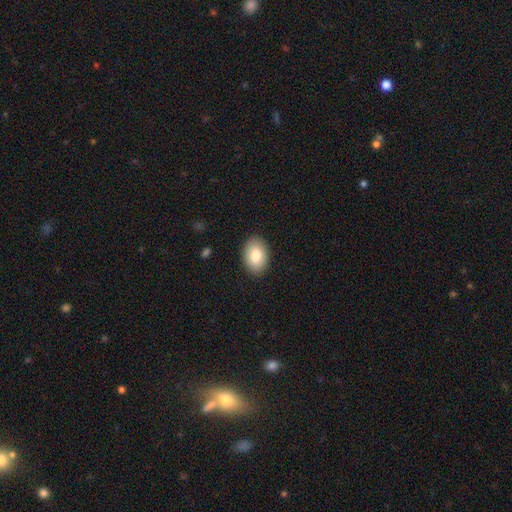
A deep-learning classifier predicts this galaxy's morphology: Smooth or featured?
  - smooth: 82% *
  - featured or disk: 11%
  - star or artifact: 7%
How rounded?
  - in between: 81% *
  - round: 18%
  - cigar-shaped: 1%
Merging?
  - none: 89% *
  - minor disturbance: 8%
  - major disturbance: 2%
  - merger: 1%